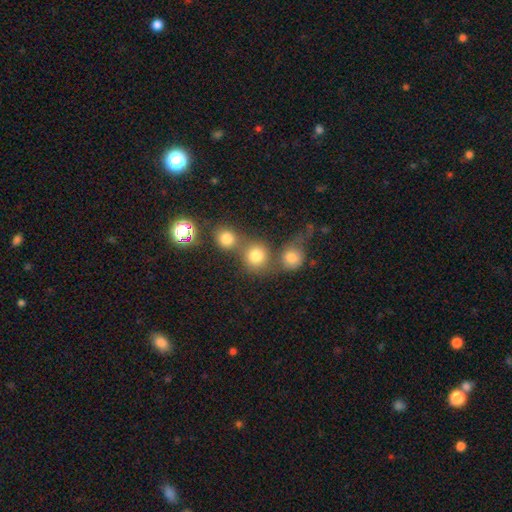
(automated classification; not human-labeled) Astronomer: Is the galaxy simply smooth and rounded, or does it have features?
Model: smooth — 79%.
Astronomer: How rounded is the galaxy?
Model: round — 87%.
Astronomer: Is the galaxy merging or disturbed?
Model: none — 50% (runner-up: merger, 37%).